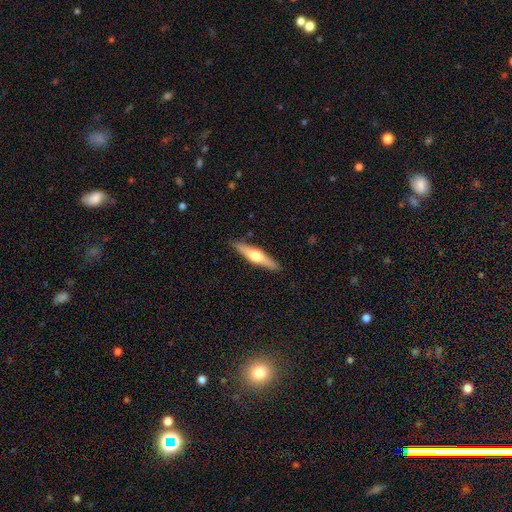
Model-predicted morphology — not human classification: Smooth or featured?
  - featured or disk: 58% *
  - smooth: 37%
  - star or artifact: 5%
Edge-on disk?
  - yes: 95% *
  - no: 5%
Edge-on bulge?
  - rounded: 93% *
  - boxy: 4%
  - none: 3%
Merging?
  - none: 89% *
  - minor disturbance: 8%
  - major disturbance: 2%
  - merger: 1%